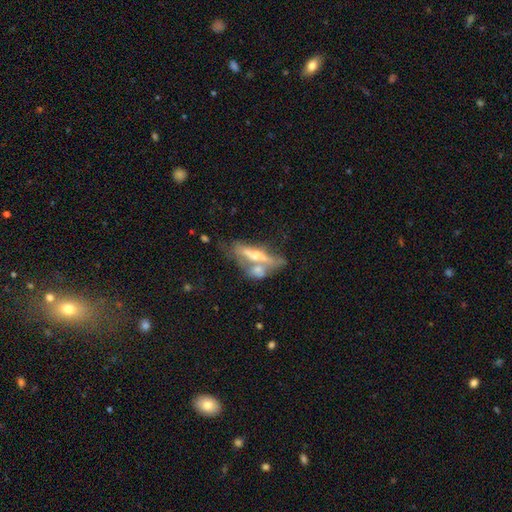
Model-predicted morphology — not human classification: Smooth or featured? featured or disk (59%)
Edge-on disk? yes (62%)
Merging? merger (49%)